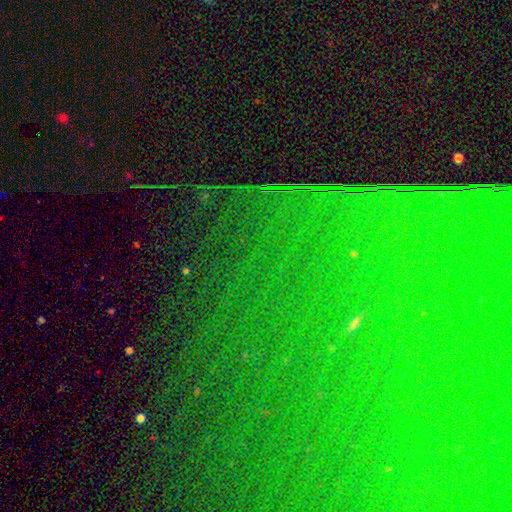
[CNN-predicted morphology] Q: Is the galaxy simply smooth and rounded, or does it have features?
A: star or artifact — 85%.